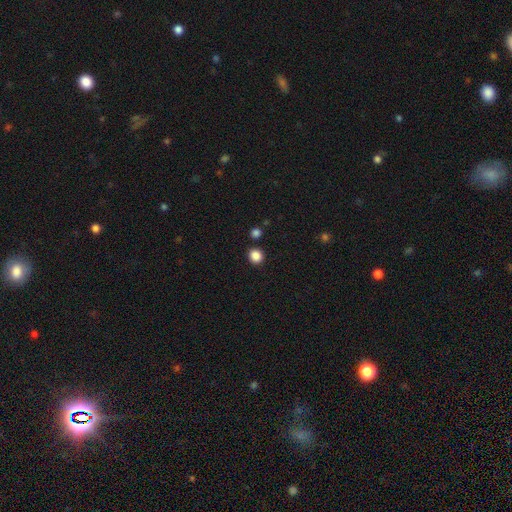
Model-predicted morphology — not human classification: Overall: smooth (86%). How rounded: round (86%). Merging: none (88%).